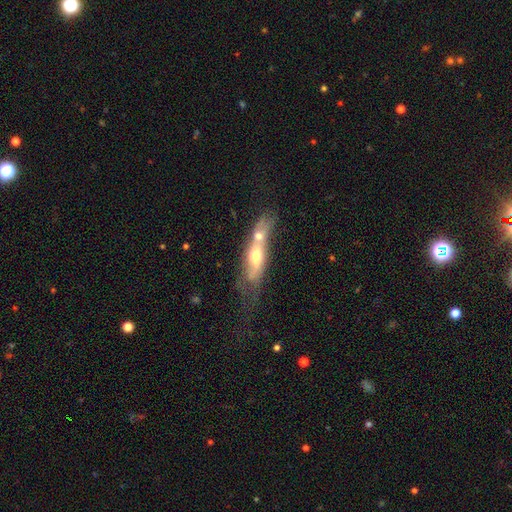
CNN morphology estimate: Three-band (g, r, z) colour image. It shows a featured or disk galaxy (53%). Merging: merger (53%).